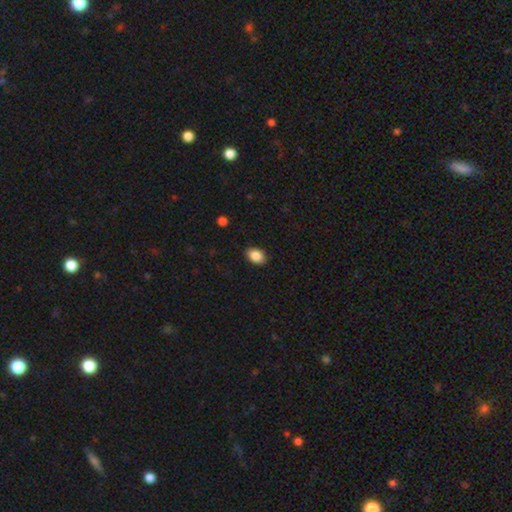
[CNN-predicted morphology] type=smooth (87%); roundness=in between (82%); merging=none (87%).